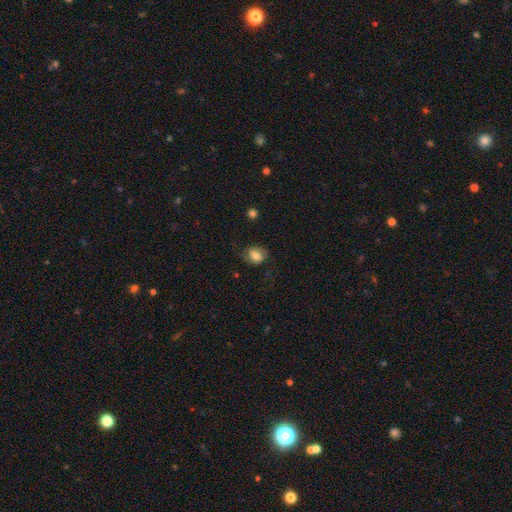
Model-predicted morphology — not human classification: A smooth galaxy with no disk features (69%) that is in between round and cigar-shaped (64%).

Vote fractions:
- Smooth or featured? smooth: 69% / featured or disk: 23% / star or artifact: 8%
- How rounded? in between: 64% / round: 35% / cigar-shaped: 1%
- Merging? none: 63% / minor disturbance: 24% / major disturbance: 12% / merger: 1%